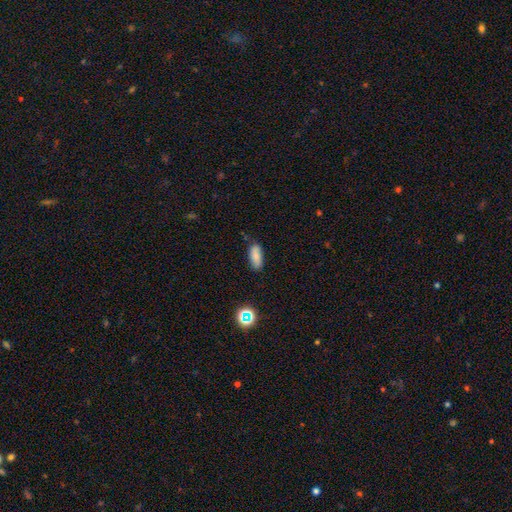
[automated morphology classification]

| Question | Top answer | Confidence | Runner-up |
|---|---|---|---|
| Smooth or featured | smooth | 82% | star or artifact (10%) |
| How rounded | in between | 80% | cigar-shaped (17%) |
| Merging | none | 80% | minor disturbance (16%) |